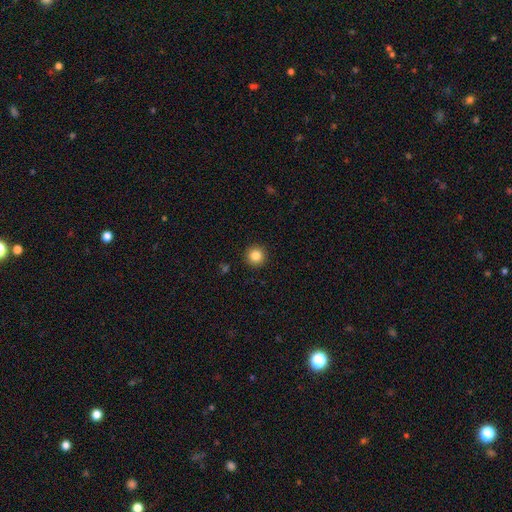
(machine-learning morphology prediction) type=smooth (84%); roundness=round (96%); merging=none (93%).